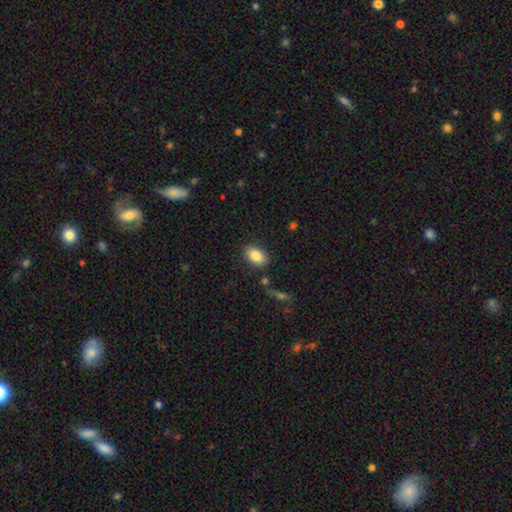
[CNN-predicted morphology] A smooth galaxy with no disk features (84%) that is in between round and cigar-shaped (88%). Merging: none (84%).